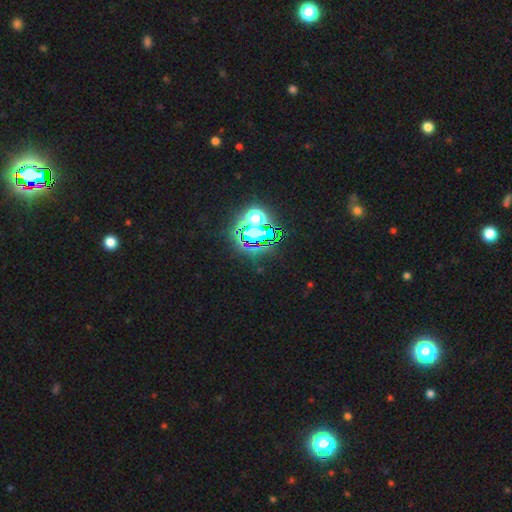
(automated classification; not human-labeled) Smooth or featured?
  - star or artifact: 78% *
  - smooth: 13%
  - featured or disk: 9%